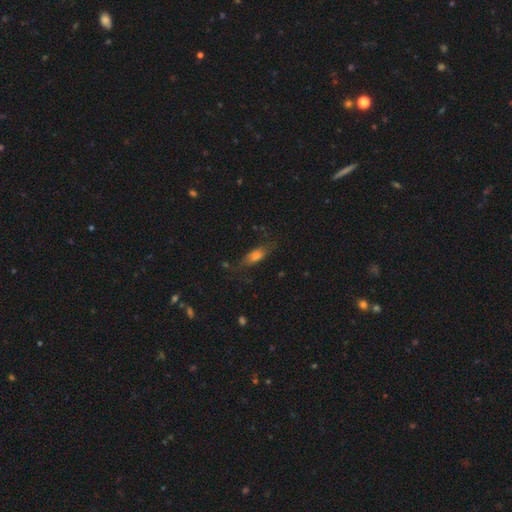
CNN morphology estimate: This is possibly a smooth galaxy (59%). How rounded: likely in between (60%). Merging: likely none (68%).